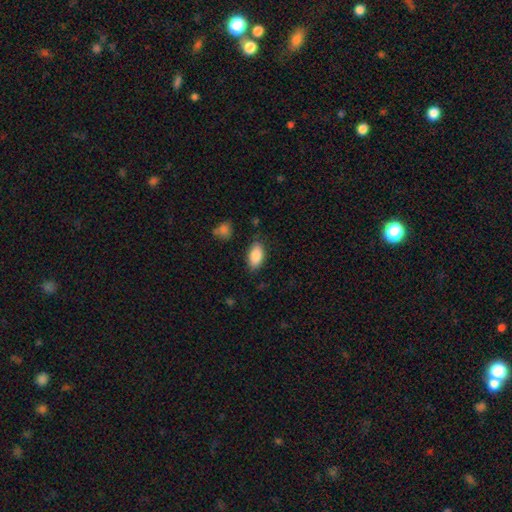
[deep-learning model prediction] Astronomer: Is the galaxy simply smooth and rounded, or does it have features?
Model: smooth — 87%.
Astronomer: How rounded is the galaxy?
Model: in between — 93%.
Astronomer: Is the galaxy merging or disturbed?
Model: none — 81%.